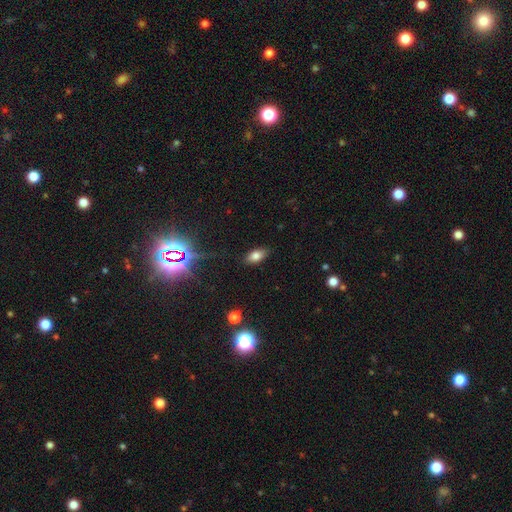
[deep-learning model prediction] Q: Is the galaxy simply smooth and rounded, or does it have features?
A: smooth — 77%.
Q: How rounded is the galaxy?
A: in between — 90%.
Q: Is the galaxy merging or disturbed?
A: none — 86%.